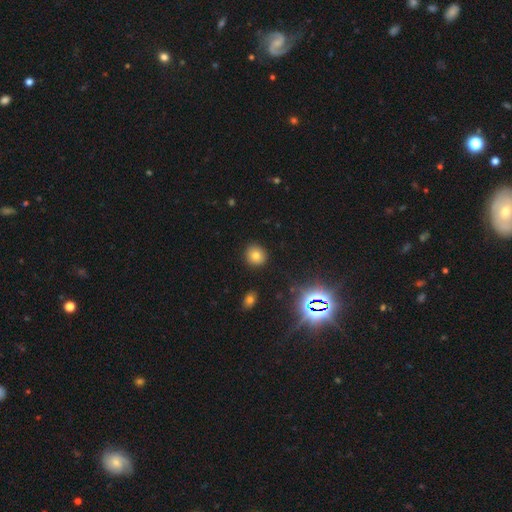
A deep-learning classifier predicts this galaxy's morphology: Smooth or featured?
  - smooth: 73% *
  - star or artifact: 18%
  - featured or disk: 9%
How rounded?
  - round: 86% *
  - in between: 13%
  - cigar-shaped: 1%
Merging?
  - none: 90% *
  - minor disturbance: 6%
  - major disturbance: 2%
  - merger: 2%